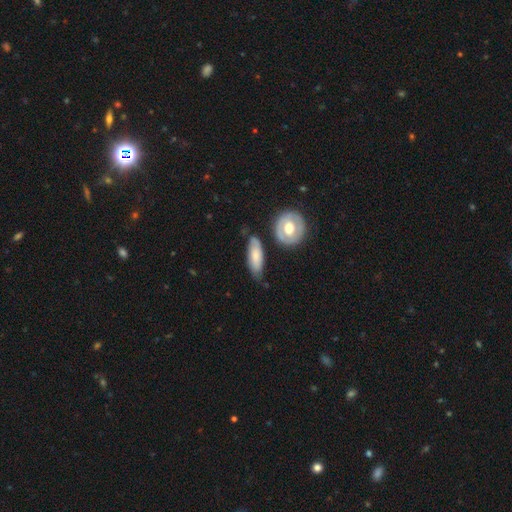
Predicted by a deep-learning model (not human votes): Q: Smooth or featured?
A: smooth (64%); runner-up: featured or disk (30%)
Q: How rounded?
A: in between (73%); runner-up: cigar-shaped (23%)
Q: Merging?
A: none (64%); runner-up: minor disturbance (23%)